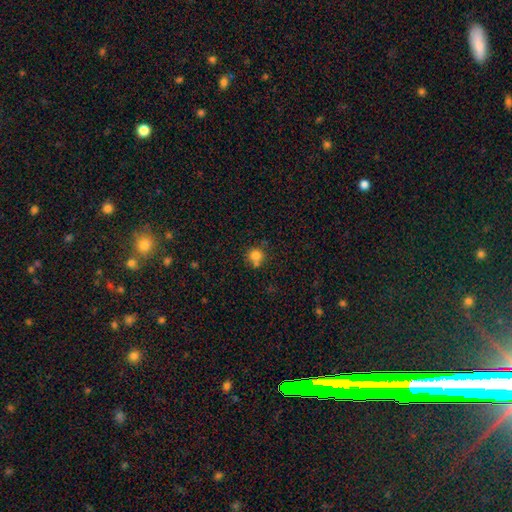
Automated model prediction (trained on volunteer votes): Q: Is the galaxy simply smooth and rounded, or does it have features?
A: smooth — 81%.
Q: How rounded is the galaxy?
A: round — 90%.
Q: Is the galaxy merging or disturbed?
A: none — 62%.